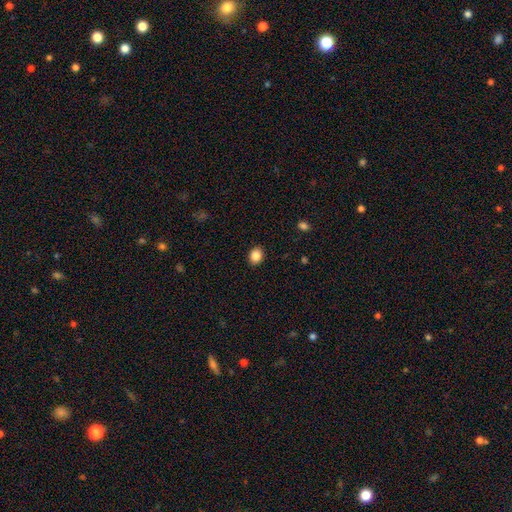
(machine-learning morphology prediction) smooth 86%, star or artifact 10%, featured or disk 5%. Down the decision tree: how rounded — round (53%); merging — none (90%).